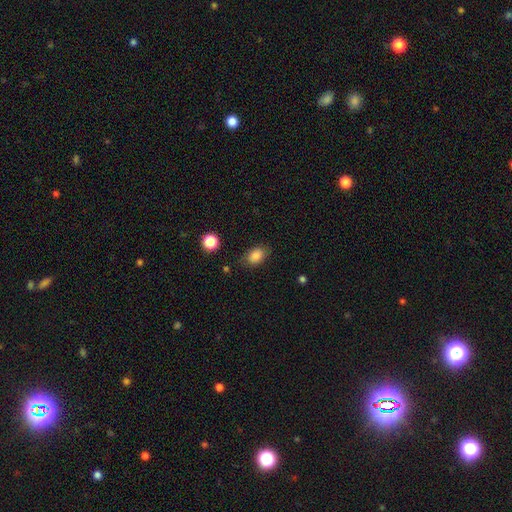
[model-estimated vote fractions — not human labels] smooth-or-featured: smooth: 84% | star or artifact: 9% | featured or disk: 7%
  how-rounded: in between: 82% | round: 17% | cigar-shaped: 1%
  merging: none: 79% | minor disturbance: 15% | major disturbance: 4% | merger: 2%